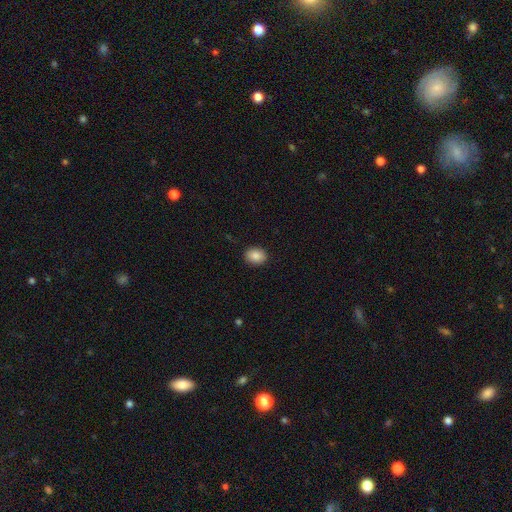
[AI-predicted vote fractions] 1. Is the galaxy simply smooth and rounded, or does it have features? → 86% smooth, 8% star or artifact, 5% featured or disk.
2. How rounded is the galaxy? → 56% in between, 43% round, 1% cigar-shaped.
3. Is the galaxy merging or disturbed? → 90% none, 7% minor disturbance, 2% major disturbance, 1% merger.